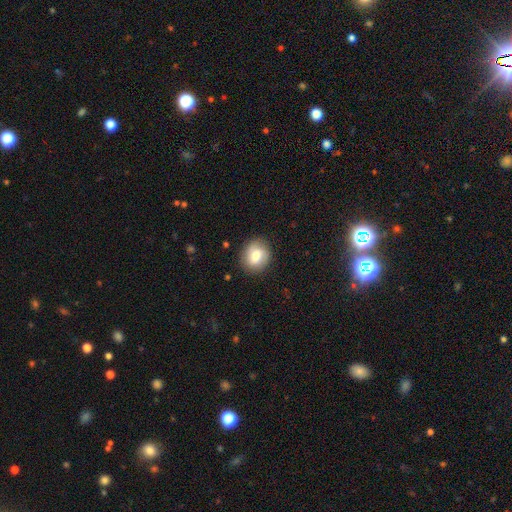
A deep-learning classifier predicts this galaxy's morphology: type=smooth (73%); roundness=round (71%); merging=none (86%).